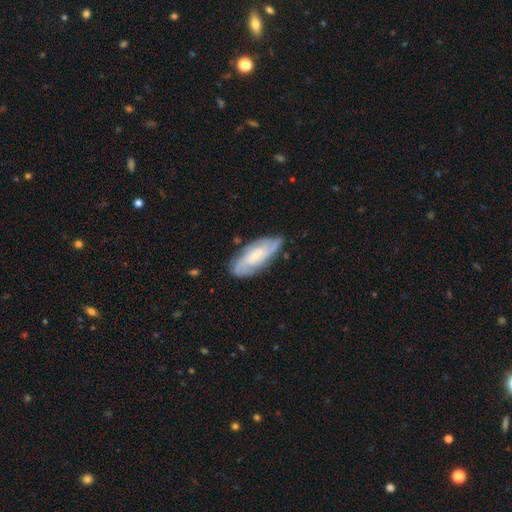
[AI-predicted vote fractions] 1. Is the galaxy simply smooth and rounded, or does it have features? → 72% featured or disk, 22% smooth, 6% star or artifact.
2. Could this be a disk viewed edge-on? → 90% no, 10% yes.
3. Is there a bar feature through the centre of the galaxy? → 59% no, 33% weak, 8% strong.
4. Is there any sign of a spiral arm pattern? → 93% yes, 7% no.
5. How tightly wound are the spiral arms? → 48% tight, 39% medium, 13% loose.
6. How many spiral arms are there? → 32% 2, 30% can't tell, 22% 3, 9% 4, 4% 1, 3% more than 4.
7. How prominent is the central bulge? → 67% small, 27% moderate, 4% none, 2% large, 1% dominant.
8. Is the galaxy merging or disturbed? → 77% none, 18% minor disturbance, 4% major disturbance, 1% merger.